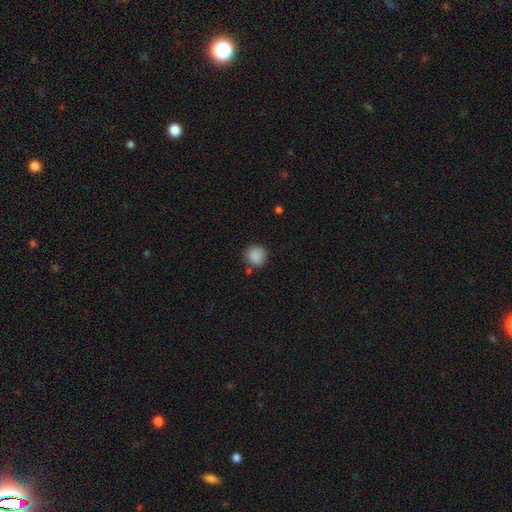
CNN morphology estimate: type=smooth (88%); roundness=round (88%); merging=none (80%).